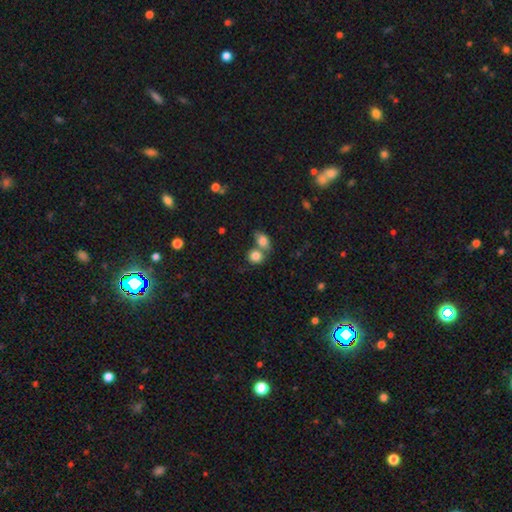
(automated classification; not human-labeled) Smooth or featured?
  - smooth: 83% *
  - star or artifact: 9%
  - featured or disk: 8%
How rounded?
  - round: 70% *
  - in between: 29%
  - cigar-shaped: 1%
Merging?
  - merger: 45% *
  - none: 43%
  - minor disturbance: 9%
  - major disturbance: 3%